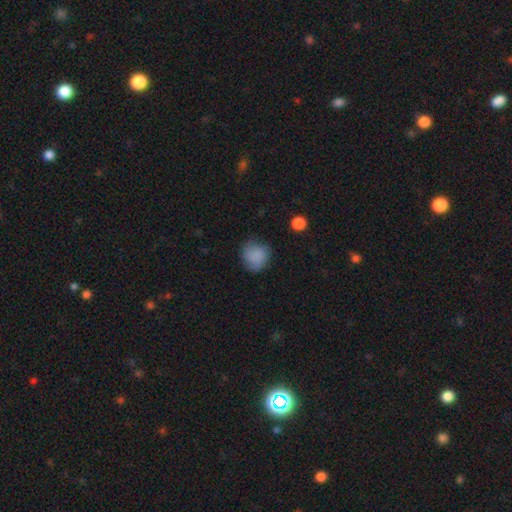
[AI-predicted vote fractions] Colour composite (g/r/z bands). It shows a smooth galaxy with no disk features (80%) that is round (82%). Merging: none (67%).